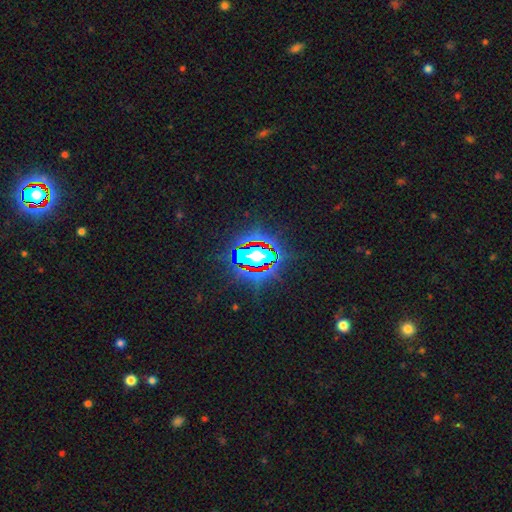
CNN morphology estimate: smooth-or-featured: star or artifact: 63% | smooth: 21% | featured or disk: 17%